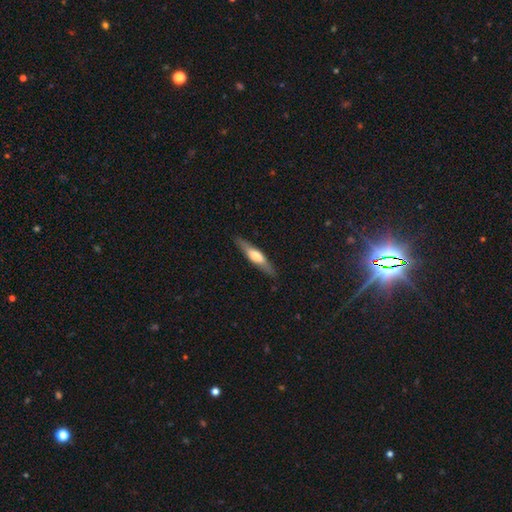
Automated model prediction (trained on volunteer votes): featured or disk 53%, smooth 41%, star or artifact 6%. Down the decision tree: edge-on disk — yes (92%); merging — none (87%).